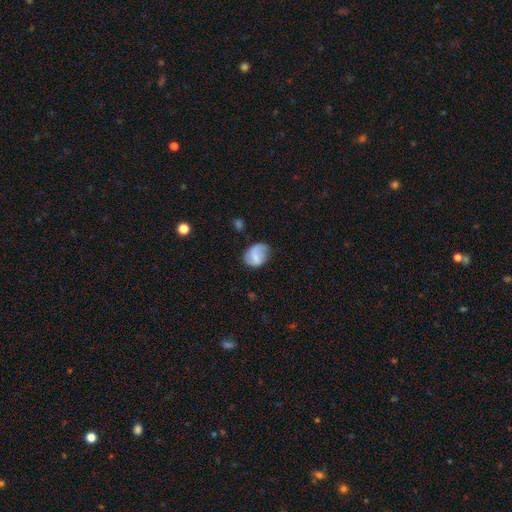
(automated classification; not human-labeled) This is possibly a smooth galaxy (59%). How rounded: possibly in between (56%). Merging: possibly none (57%).